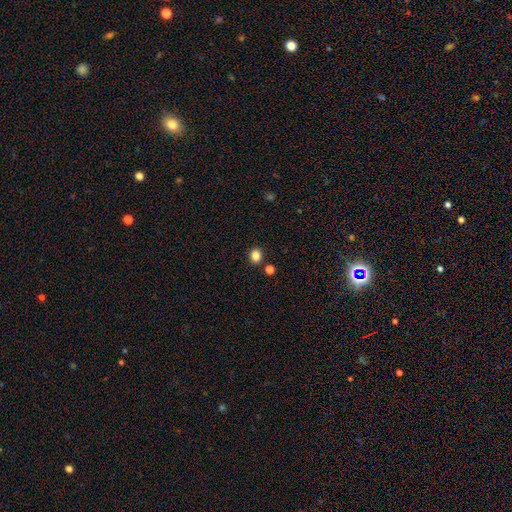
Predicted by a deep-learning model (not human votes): smooth 85%, star or artifact 12%, featured or disk 4%. Down the decision tree: how rounded — round (64%); merging — none (85%).